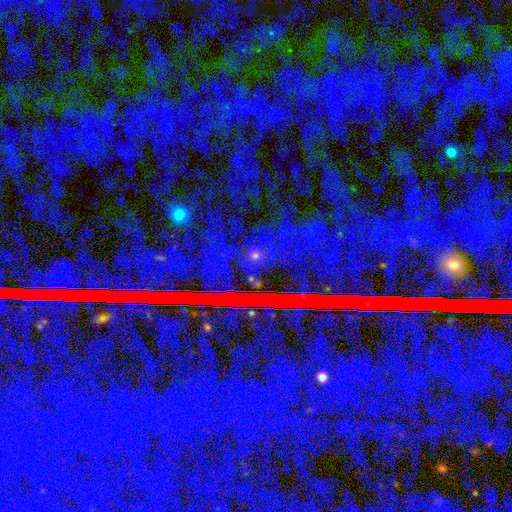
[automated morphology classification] Overall: star or artifact (79%).